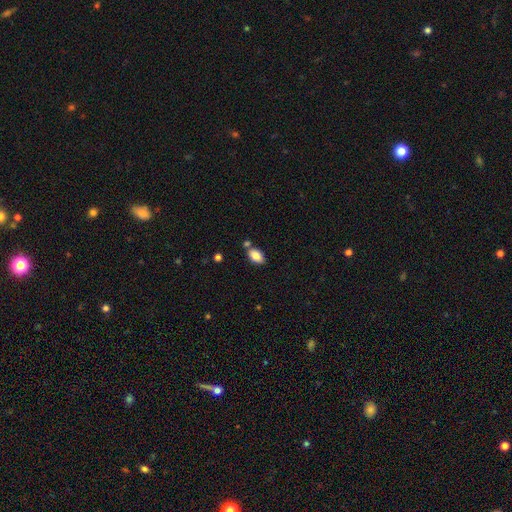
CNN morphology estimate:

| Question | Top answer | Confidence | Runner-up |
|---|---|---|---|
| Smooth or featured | smooth | 84% | featured or disk (8%) |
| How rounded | in between | 91% | round (8%) |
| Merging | none | 70% | merger (14%) |